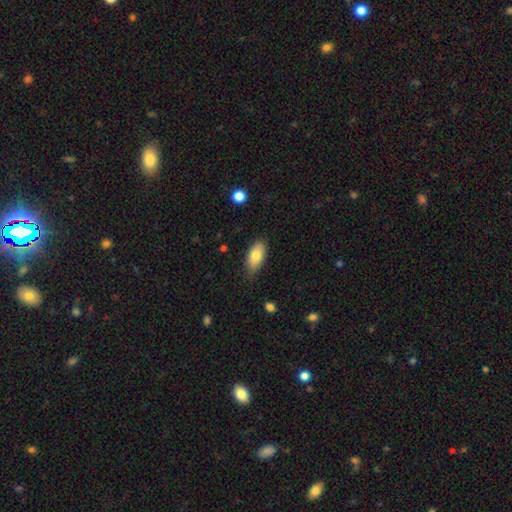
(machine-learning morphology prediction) type=smooth (79%); roundness=in between (90%); merging=none (78%).